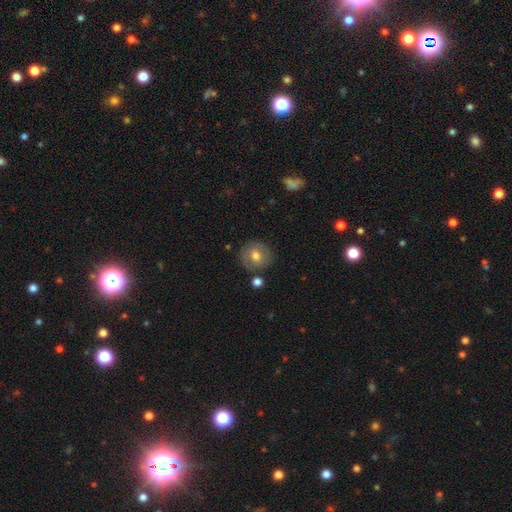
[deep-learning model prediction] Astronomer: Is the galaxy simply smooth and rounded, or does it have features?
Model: smooth — 68%.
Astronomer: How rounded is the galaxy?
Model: round — 89%.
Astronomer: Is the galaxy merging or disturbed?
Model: none — 82%.